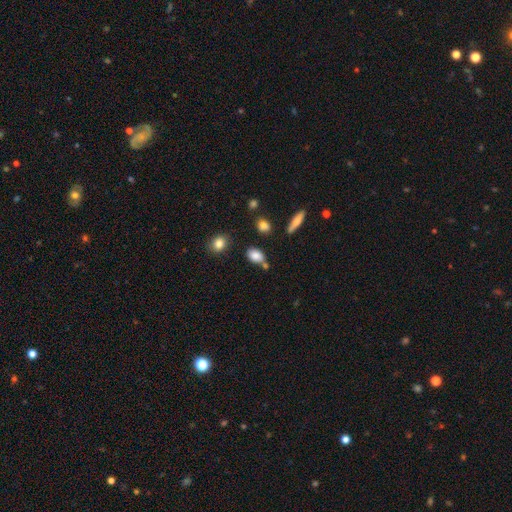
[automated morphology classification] The model was most divided on "merging": none: 66%, minor disturbance: 16%, merger: 14%, major disturbance: 4%. More confident: smooth or featured — smooth (83%); how rounded — in between (83%).